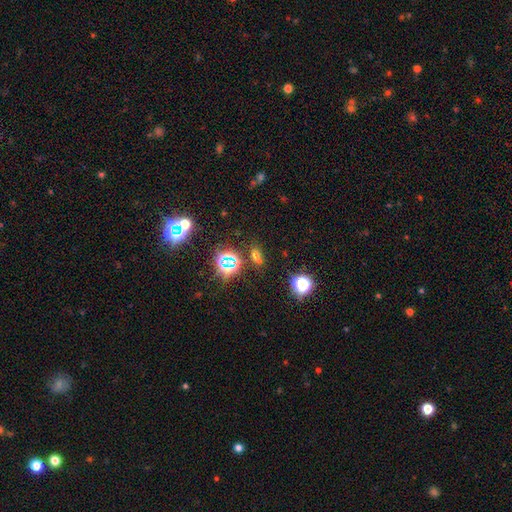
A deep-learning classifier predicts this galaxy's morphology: smooth_or_featured: smooth (p=0.46) [alt: star or artifact p=0.45]
merging: none (p=0.64) [alt: merger p=0.17]